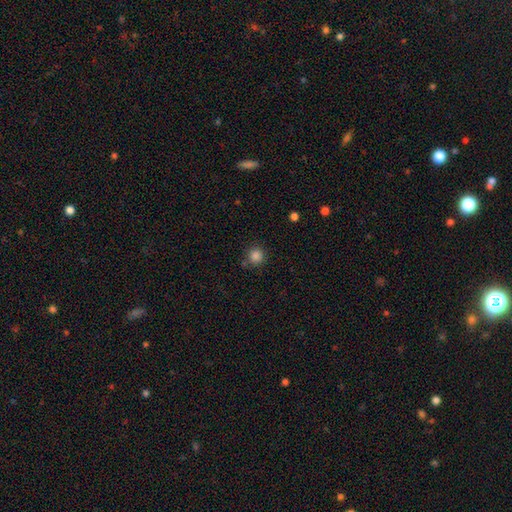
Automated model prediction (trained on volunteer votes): Q: Smooth or featured?
A: smooth (85%); runner-up: star or artifact (11%)
Q: How rounded?
A: round (93%); runner-up: in between (6%)
Q: Merging?
A: none (81%); runner-up: minor disturbance (10%)